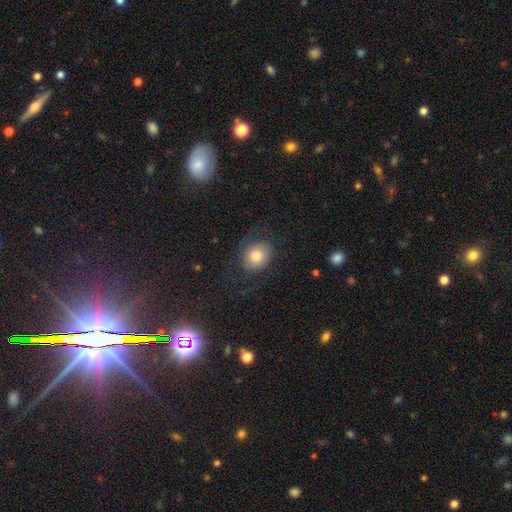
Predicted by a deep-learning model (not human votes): This is likely a smooth galaxy (70%). How rounded: possibly round (58%). Merging: likely none (68%).